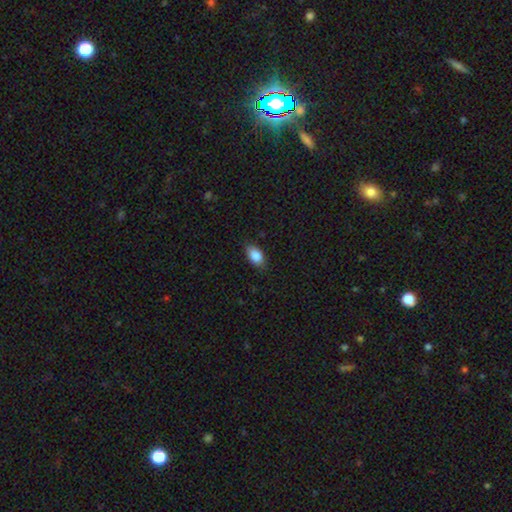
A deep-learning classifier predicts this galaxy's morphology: A smooth galaxy with no disk features (85%) that is in between round and cigar-shaped (90%). Merging: none (83%).